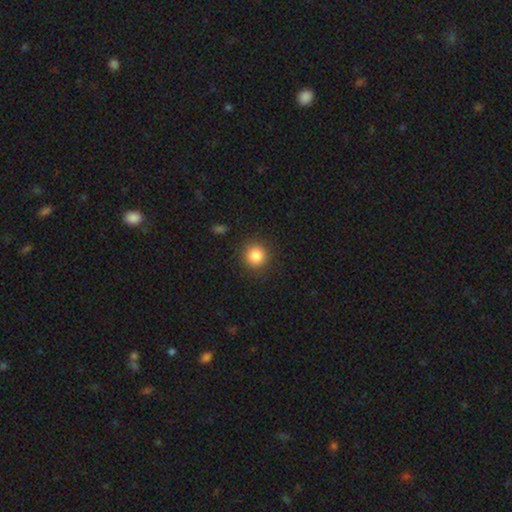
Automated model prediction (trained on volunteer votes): smooth-or-featured: smooth: 86% | star or artifact: 10% | featured or disk: 4%
  how-rounded: round: 94% | in between: 5% | cigar-shaped: 1%
  merging: none: 90% | minor disturbance: 6% | major disturbance: 2% | merger: 1%